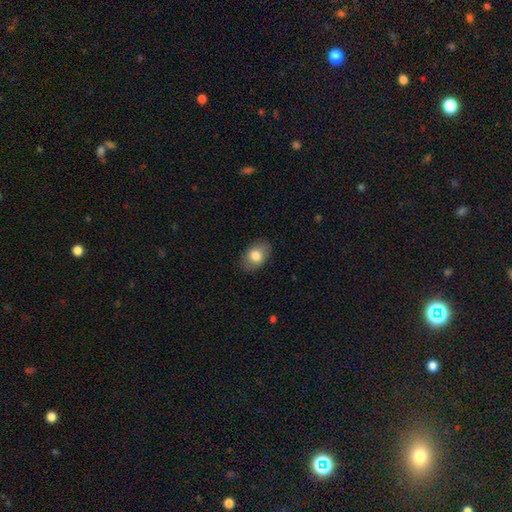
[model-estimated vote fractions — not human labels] smooth_or_featured: smooth (p=0.79) [alt: featured or disk p=0.14]
how_rounded: in between (p=0.84) [alt: round p=0.15]
merging: none (p=0.86) [alt: minor disturbance p=0.11]